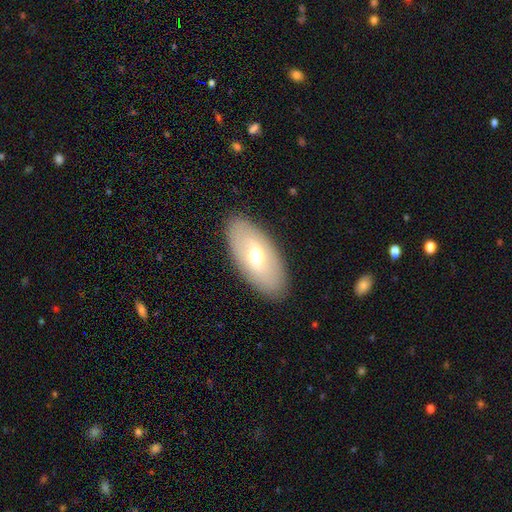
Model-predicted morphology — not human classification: type=smooth (48%); merging=none (88%).